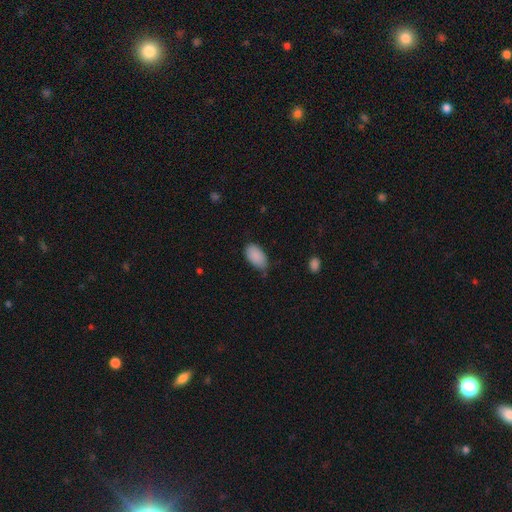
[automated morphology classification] type=smooth (89%); roundness=in between (94%); merging=none (65%).